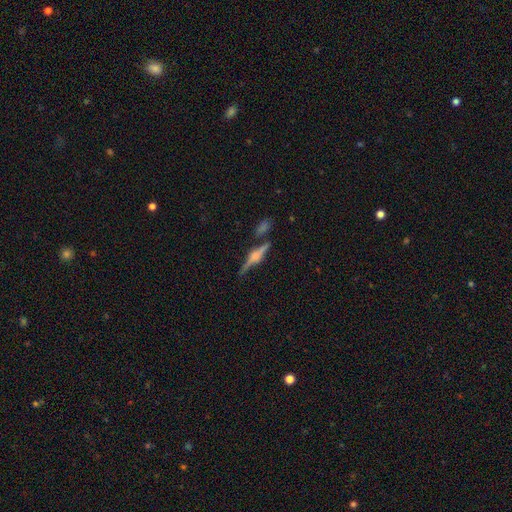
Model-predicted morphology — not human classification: A featured or disk galaxy (79%) viewed edge-on (97%) with a rounded central bulge (87%). Merging: none (80%).